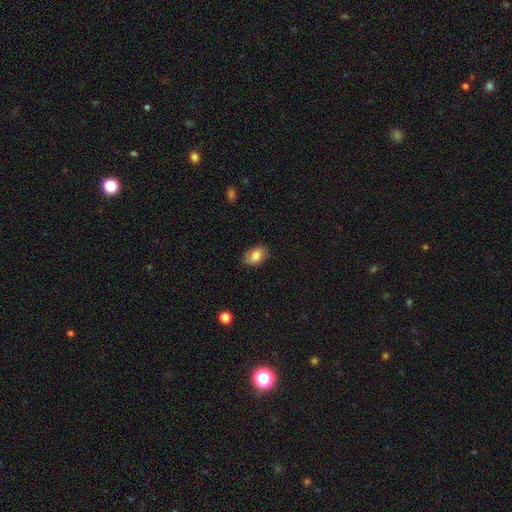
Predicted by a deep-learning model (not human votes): Smooth or featured?
  - smooth: 80% *
  - featured or disk: 13%
  - star or artifact: 7%
How rounded?
  - in between: 88% *
  - round: 11%
  - cigar-shaped: 1%
Merging?
  - none: 82% *
  - minor disturbance: 14%
  - major disturbance: 3%
  - merger: 1%